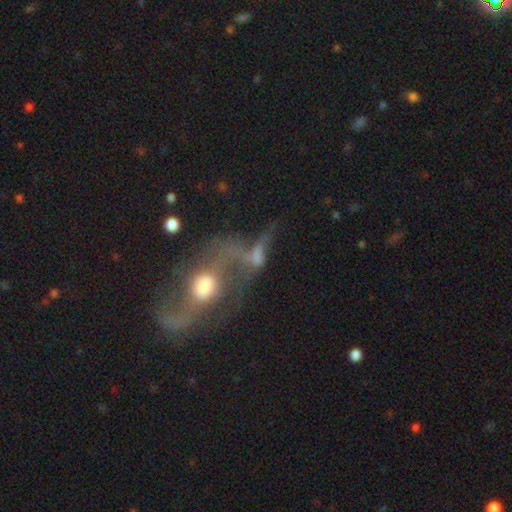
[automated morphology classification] Smooth or featured? Predicted: featured or disk (p=0.56). Edge-on disk? Predicted: no (p=0.90). Bar? Predicted: no (p=0.66). Spiral arms? Predicted: yes (p=0.53). Bulge size? Predicted: moderate (p=0.41). Merging? Predicted: merger (p=0.48).